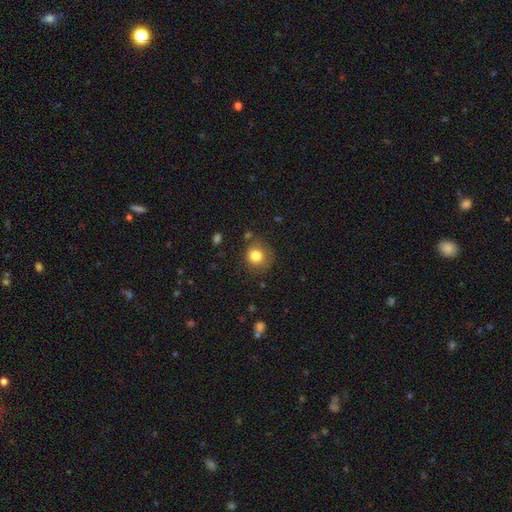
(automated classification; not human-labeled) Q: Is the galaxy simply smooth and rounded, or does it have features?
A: smooth — 81%.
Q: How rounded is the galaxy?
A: round — 86%.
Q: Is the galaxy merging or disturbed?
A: none — 76%.